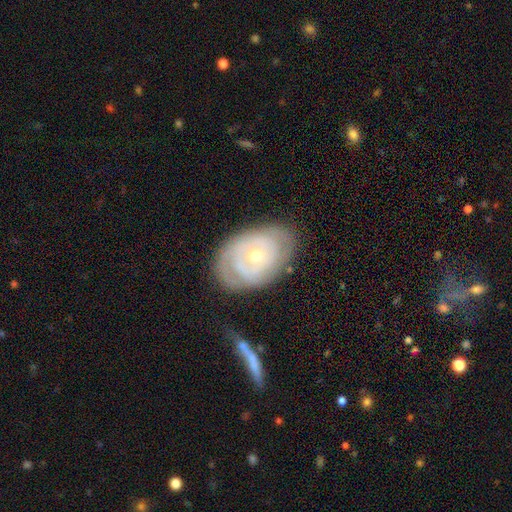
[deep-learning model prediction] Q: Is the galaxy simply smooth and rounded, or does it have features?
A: featured or disk — 74%.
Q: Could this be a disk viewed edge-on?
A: no — 95%.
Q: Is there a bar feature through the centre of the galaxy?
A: no — 81%.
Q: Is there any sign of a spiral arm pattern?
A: yes — 73%.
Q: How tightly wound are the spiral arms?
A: tight — 77%.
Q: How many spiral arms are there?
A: can't tell — 49%.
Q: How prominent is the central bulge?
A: small — 55%.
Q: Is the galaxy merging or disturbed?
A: none — 69%.